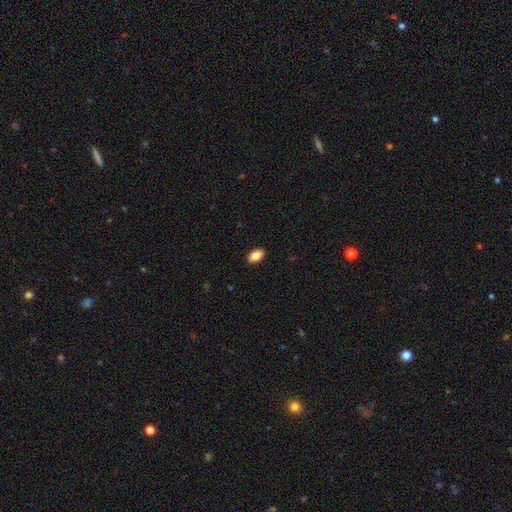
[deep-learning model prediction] This is clearly a smooth galaxy (86%). How rounded: clearly in between (92%). Merging: clearly none (90%).